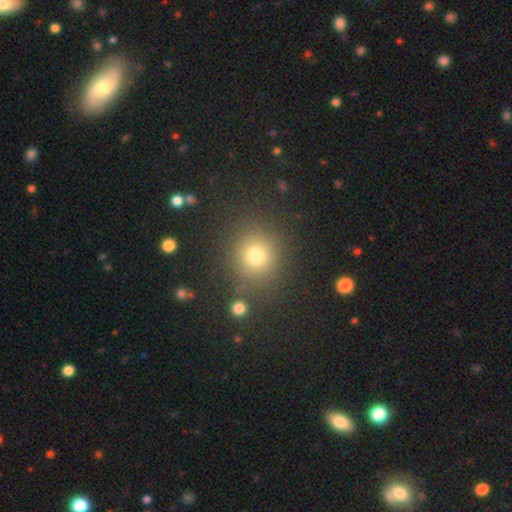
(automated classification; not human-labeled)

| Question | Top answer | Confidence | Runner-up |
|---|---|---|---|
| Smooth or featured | smooth | 75% | star or artifact (18%) |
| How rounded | round | 88% | in between (11%) |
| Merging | none | 85% | minor disturbance (8%) |